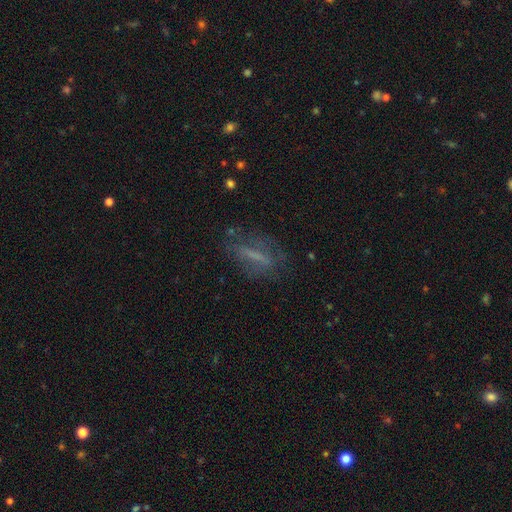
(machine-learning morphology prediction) Smooth or featured?
  - featured or disk: 44% *
  - smooth: 42%
  - star or artifact: 14%
Merging?
  - none: 68% *
  - minor disturbance: 18%
  - major disturbance: 12%
  - merger: 2%